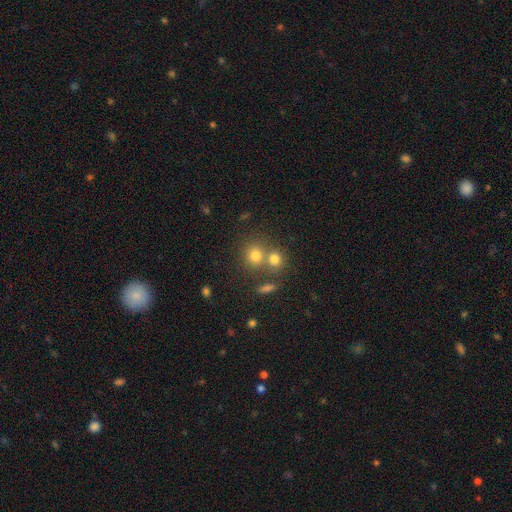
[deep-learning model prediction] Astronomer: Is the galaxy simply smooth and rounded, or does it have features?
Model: smooth — 74%.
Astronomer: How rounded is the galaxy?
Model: round — 82%.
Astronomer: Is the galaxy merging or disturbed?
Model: none — 52% (runner-up: merger, 38%).